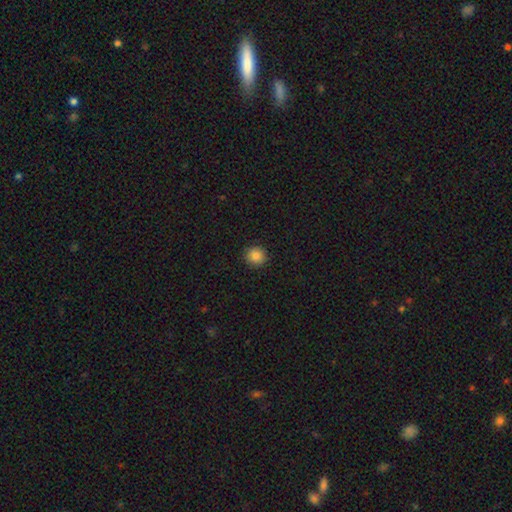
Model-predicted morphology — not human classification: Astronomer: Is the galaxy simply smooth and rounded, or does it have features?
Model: smooth — 87%.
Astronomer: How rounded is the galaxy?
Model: round — 93%.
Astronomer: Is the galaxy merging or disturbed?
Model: none — 92%.